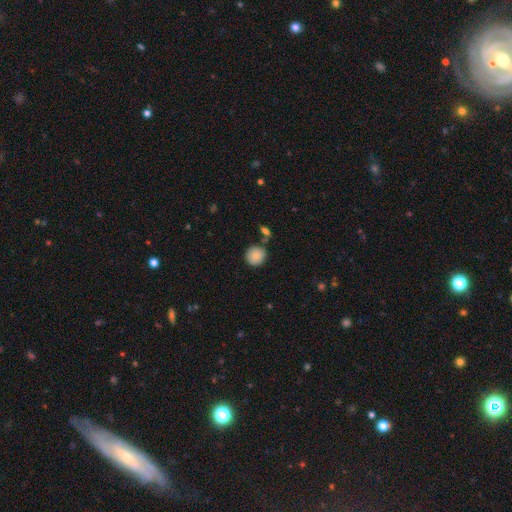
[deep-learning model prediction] Smooth or featured?
  - smooth: 85% *
  - star or artifact: 8%
  - featured or disk: 7%
How rounded?
  - round: 90% *
  - in between: 9%
  - cigar-shaped: 1%
Merging?
  - none: 74% *
  - minor disturbance: 15%
  - merger: 8%
  - major disturbance: 3%